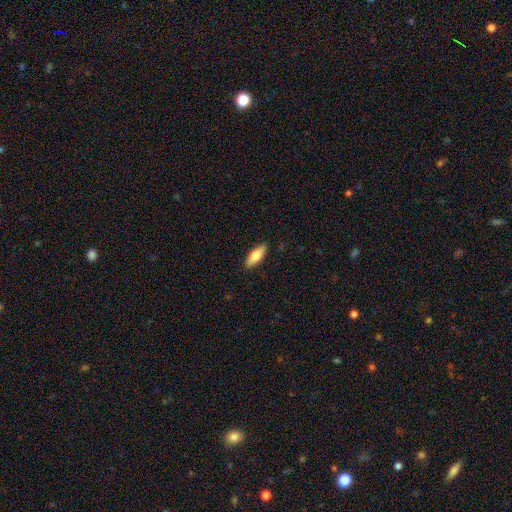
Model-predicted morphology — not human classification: The model was most divided on "how rounded": in between: 66%, cigar-shaped: 32%, round: 2%. More confident: merging — none (89%); smooth or featured — smooth (75%).